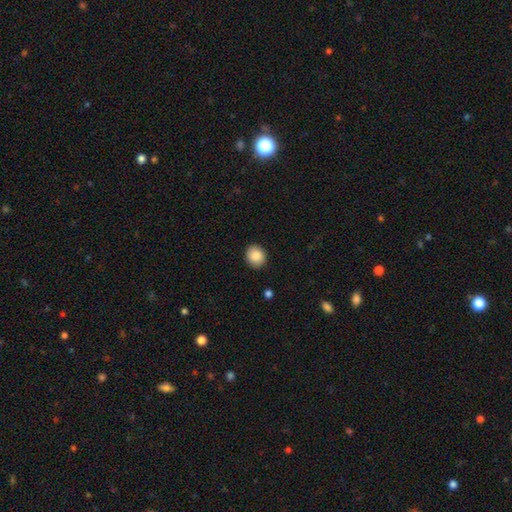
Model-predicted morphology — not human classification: This appears to be a smooth galaxy with no disk features (88%) that is round (75%). Merging: none (90%).